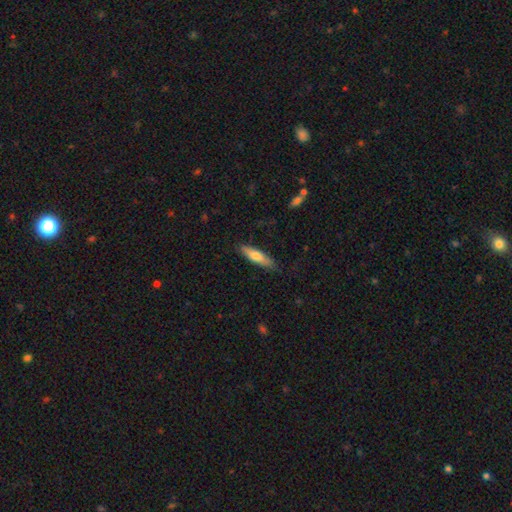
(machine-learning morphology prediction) Q: Smooth or featured?
A: smooth (68%); runner-up: featured or disk (26%)
Q: How rounded?
A: cigar-shaped (70%); runner-up: in between (28%)
Q: Merging?
A: none (82%); runner-up: minor disturbance (14%)